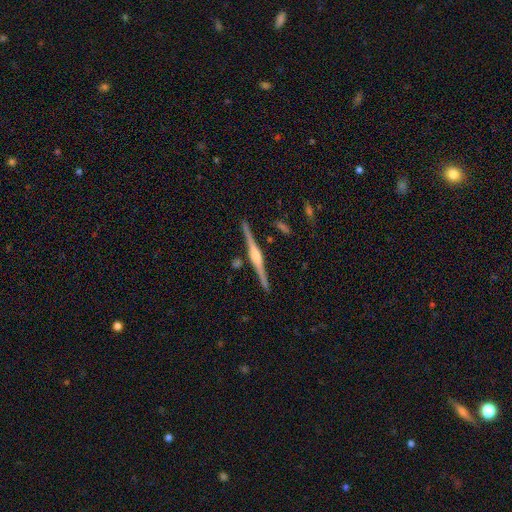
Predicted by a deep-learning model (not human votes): This is clearly a featured or disk galaxy (85%). It is clearly viewed edge-on (98%). Edge-on bulge: likely rounded (78%). Merging: clearly none (90%).